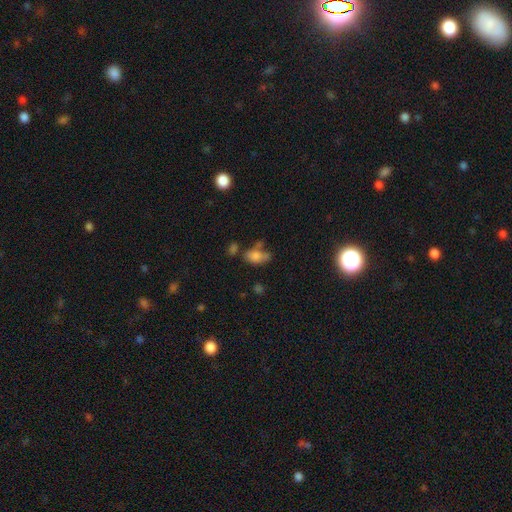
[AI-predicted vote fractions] Smooth or featured?
  - smooth: 75% *
  - featured or disk: 14%
  - star or artifact: 11%
How rounded?
  - in between: 86% *
  - round: 11%
  - cigar-shaped: 3%
Merging?
  - none: 40% *
  - minor disturbance: 25%
  - merger: 22%
  - major disturbance: 14%